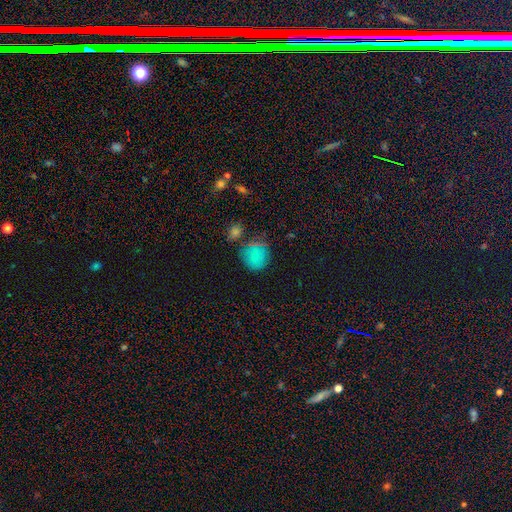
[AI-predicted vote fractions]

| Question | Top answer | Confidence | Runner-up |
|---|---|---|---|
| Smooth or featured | smooth | 76% | star or artifact (14%) |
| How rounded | round | 87% | in between (12%) |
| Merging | none | 72% | minor disturbance (16%) |